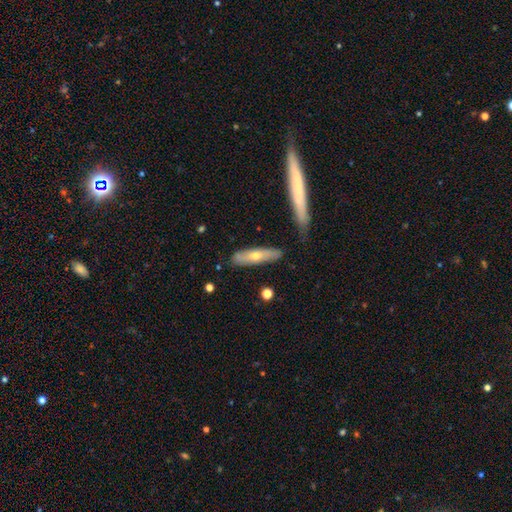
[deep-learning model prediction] smooth-or-featured: smooth: 48% | featured or disk: 45% | star or artifact: 6%
  merging: none: 78% | minor disturbance: 15% | merger: 4% | major disturbance: 3%